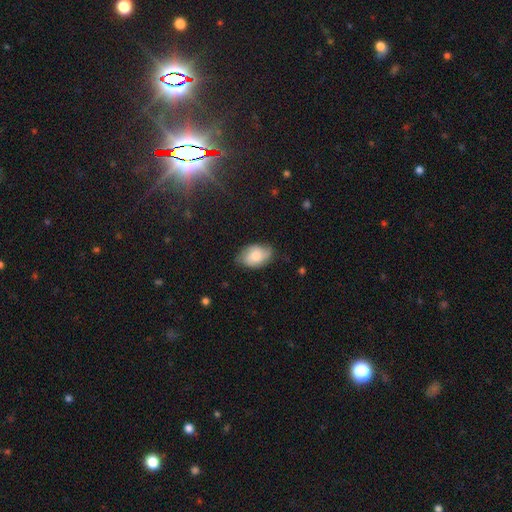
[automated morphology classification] Smooth or featured? Predicted: smooth (p=0.64). How rounded? Predicted: in between (p=0.88). Merging? Predicted: none (p=0.69).